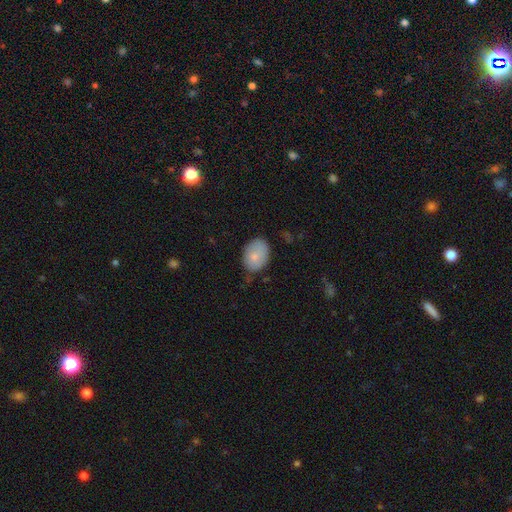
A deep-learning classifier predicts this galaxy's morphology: Smooth or featured? smooth (81%)
How rounded? in between (75%)
Merging? none (65%)